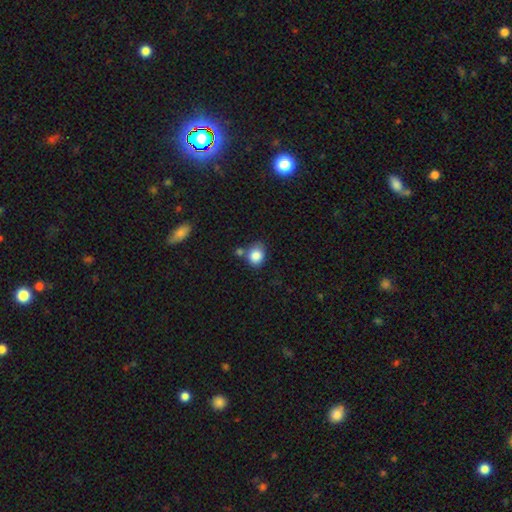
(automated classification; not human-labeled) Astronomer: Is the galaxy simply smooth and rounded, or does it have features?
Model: smooth — 85%.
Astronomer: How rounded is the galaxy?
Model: round — 58% (runner-up: in between, 41%).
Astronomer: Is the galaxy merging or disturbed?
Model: none — 59%.